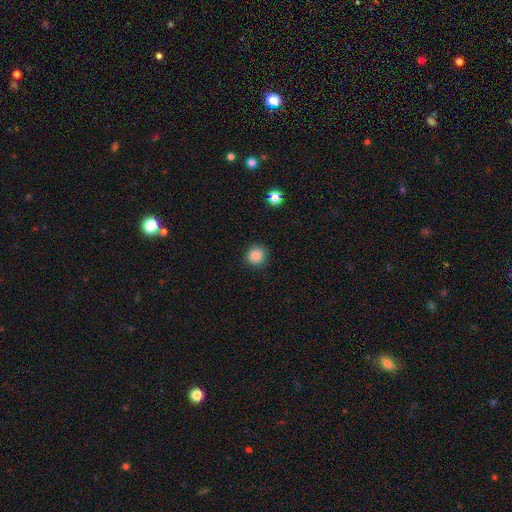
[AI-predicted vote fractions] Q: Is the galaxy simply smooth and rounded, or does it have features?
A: smooth — 85%.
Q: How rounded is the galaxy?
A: round — 89%.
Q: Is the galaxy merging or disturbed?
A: none — 88%.